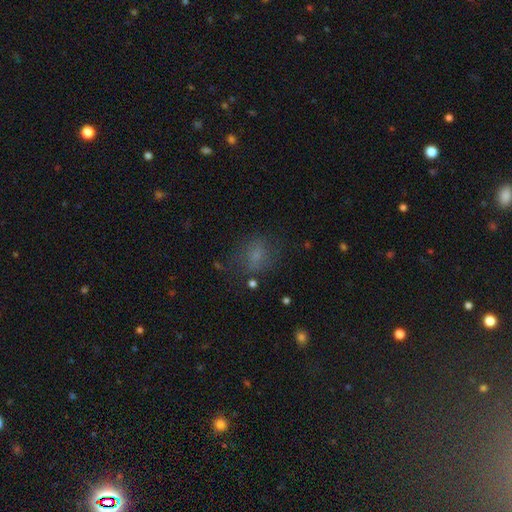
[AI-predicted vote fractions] smooth 63%, star or artifact 19%, featured or disk 17%. Down the decision tree: how rounded — in between (55%); merging — none (65%).